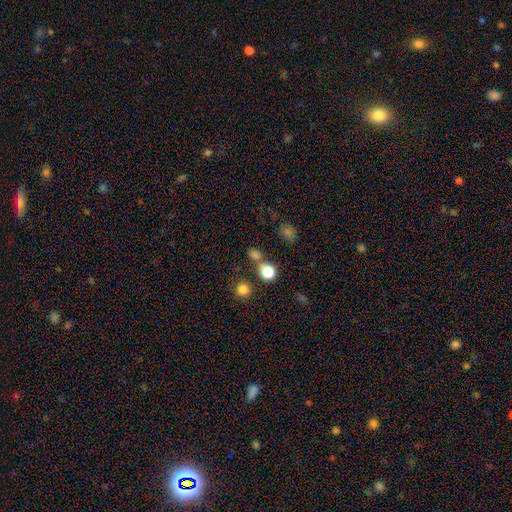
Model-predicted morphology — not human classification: Smooth or featured?
  - smooth: 66% *
  - star or artifact: 27%
  - featured or disk: 7%
How rounded?
  - round: 77% *
  - in between: 22%
  - cigar-shaped: 2%
Merging?
  - none: 68% *
  - merger: 18%
  - minor disturbance: 10%
  - major disturbance: 5%